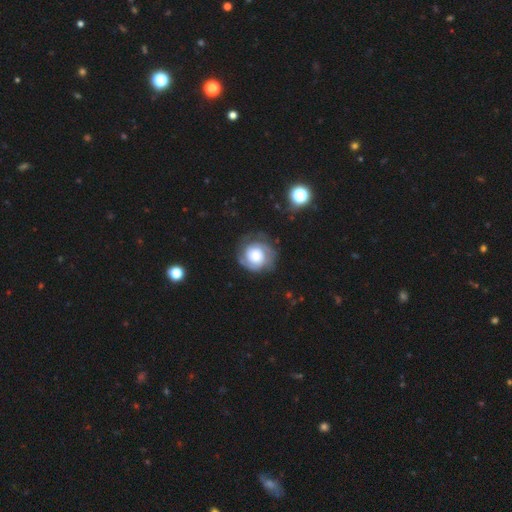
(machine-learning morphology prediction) Q: Smooth or featured?
A: featured or disk (67%); runner-up: smooth (26%)
Q: Edge-on disk?
A: no (98%); runner-up: yes (2%)
Q: Bar?
A: no (75%); runner-up: weak (20%)
Q: Spiral arms?
A: yes (88%); runner-up: no (12%)
Q: Spiral winding?
A: tight (66%); runner-up: medium (25%)
Q: Spiral arm count?
A: 2 (53%); runner-up: can't tell (24%)
Q: Bulge size?
A: large (48%); runner-up: moderate (27%)
Q: Merging?
A: none (71%); runner-up: minor disturbance (18%)